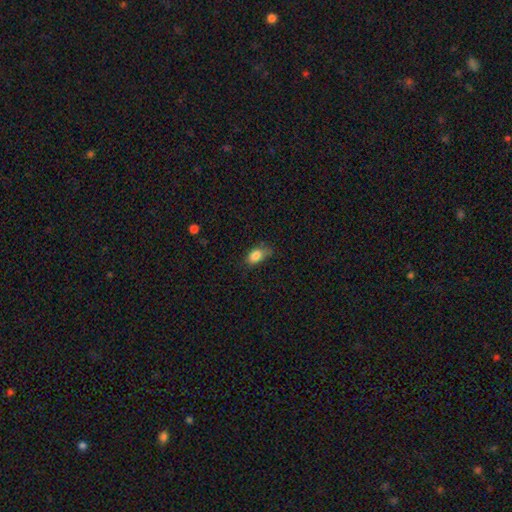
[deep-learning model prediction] smooth-or-featured: smooth: 85% | star or artifact: 9% | featured or disk: 7%
  how-rounded: in between: 85% | round: 12% | cigar-shaped: 3%
  merging: none: 58% | minor disturbance: 32% | major disturbance: 8% | merger: 2%